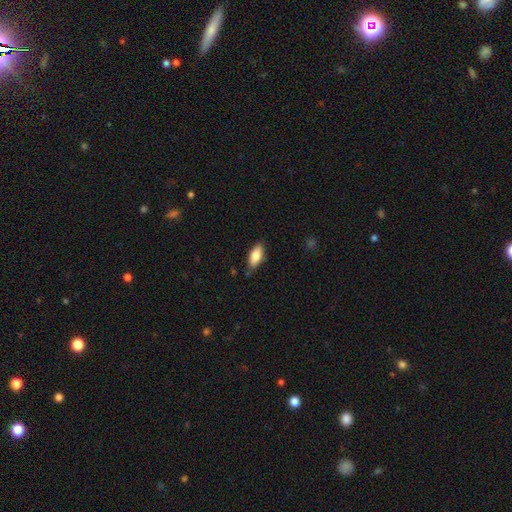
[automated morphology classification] smooth-or-featured: smooth: 79% | featured or disk: 15% | star or artifact: 6%
  how-rounded: in between: 83% | cigar-shaped: 14% | round: 2%
  merging: none: 81% | minor disturbance: 15% | major disturbance: 2% | merger: 2%